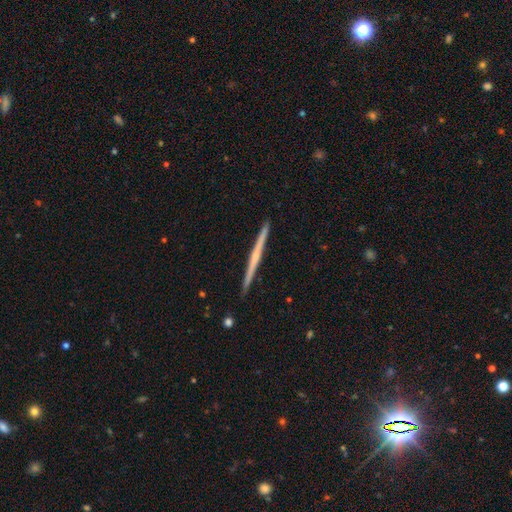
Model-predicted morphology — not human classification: smooth-or-featured: featured or disk: 65% | smooth: 29% | star or artifact: 5%
  disk-edge-on: yes: 98% | no: 2%
    edge-on-bulge: none: 68% | rounded: 26% | boxy: 6%
  merging: none: 93% | minor disturbance: 5% | merger: 1% | major disturbance: 1%